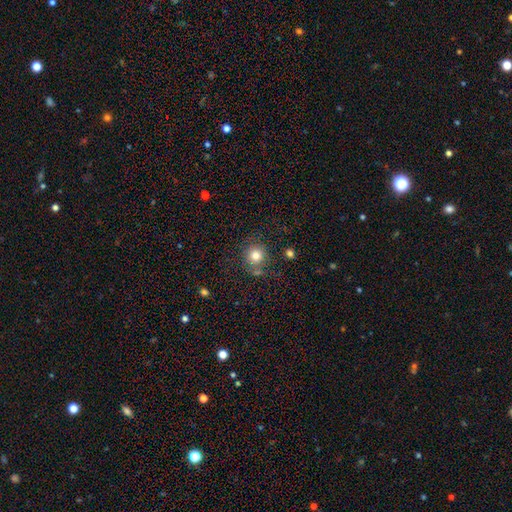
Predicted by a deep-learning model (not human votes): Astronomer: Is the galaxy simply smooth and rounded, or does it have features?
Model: smooth — 80%.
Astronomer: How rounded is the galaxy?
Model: round — 90%.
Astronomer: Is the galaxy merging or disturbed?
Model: none — 74%.